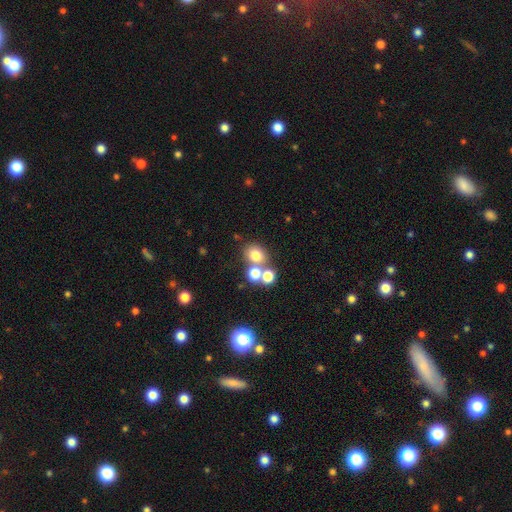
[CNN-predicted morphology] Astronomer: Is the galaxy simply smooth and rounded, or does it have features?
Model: smooth — 72%.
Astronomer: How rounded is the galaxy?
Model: round — 69%.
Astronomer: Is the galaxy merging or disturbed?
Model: none — 53% (runner-up: merger, 35%).